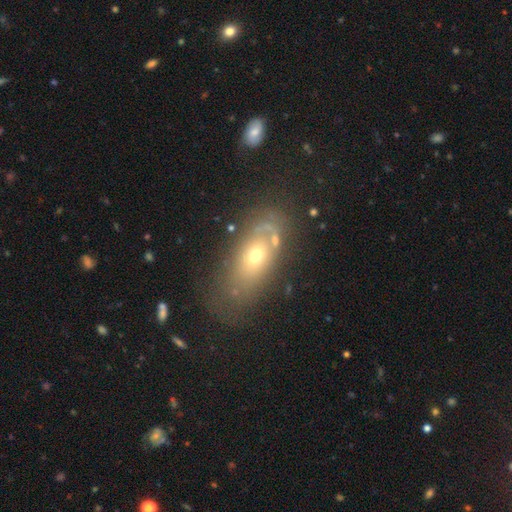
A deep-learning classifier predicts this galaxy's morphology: This is possibly a featured or disk galaxy (45%). Merging: possibly none (56%).